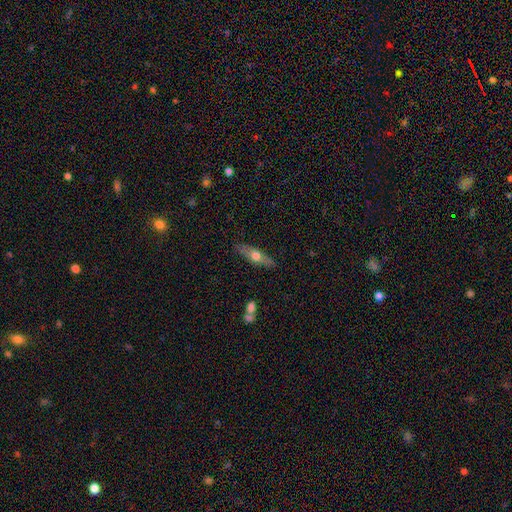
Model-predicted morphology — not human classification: Smooth or featured? Predicted: featured or disk (p=0.47). Merging? Predicted: none (p=0.85).